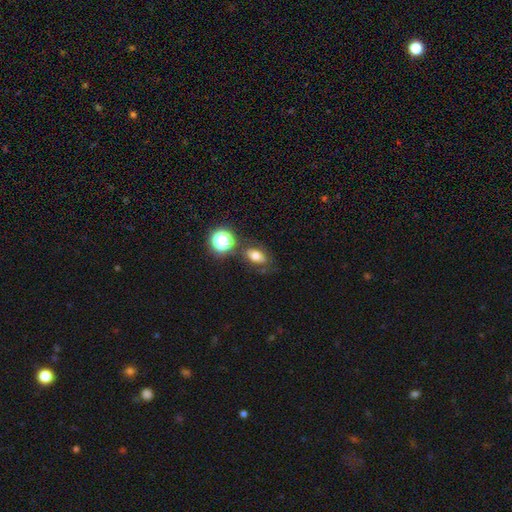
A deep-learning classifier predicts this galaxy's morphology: smooth_or_featured: smooth (p=0.67) [alt: star or artifact p=0.17]
how_rounded: in between (p=0.79) [alt: round p=0.19]
merging: none (p=0.68) [alt: minor disturbance p=0.16]